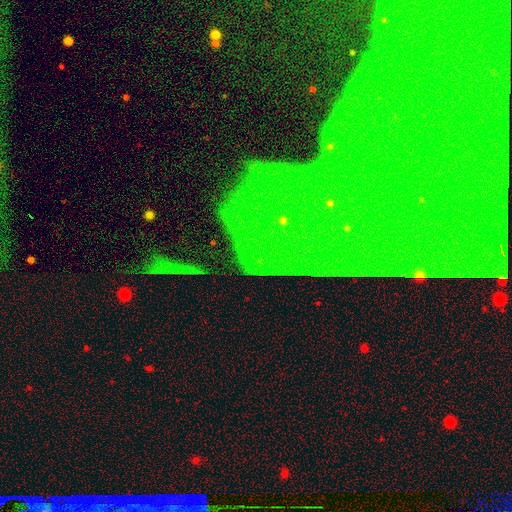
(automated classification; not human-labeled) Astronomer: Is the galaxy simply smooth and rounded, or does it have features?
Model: star or artifact — 74%.